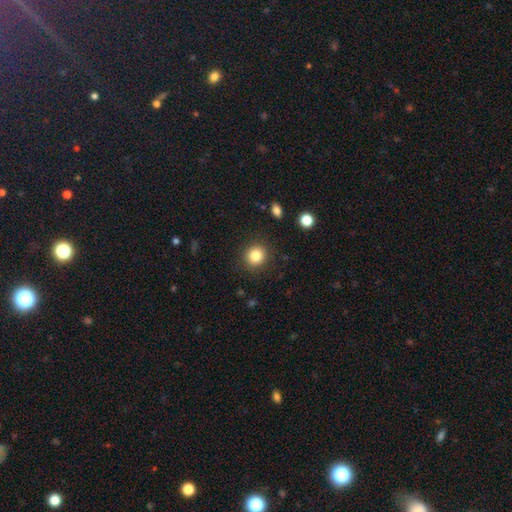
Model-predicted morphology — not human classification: A smooth galaxy with no disk features (83%) that is round (88%).

Vote fractions:
- Smooth or featured? smooth: 83% / star or artifact: 11% / featured or disk: 6%
- How rounded? round: 88% / in between: 11% / cigar-shaped: 1%
- Merging? none: 89% / minor disturbance: 7% / major disturbance: 3% / merger: 1%